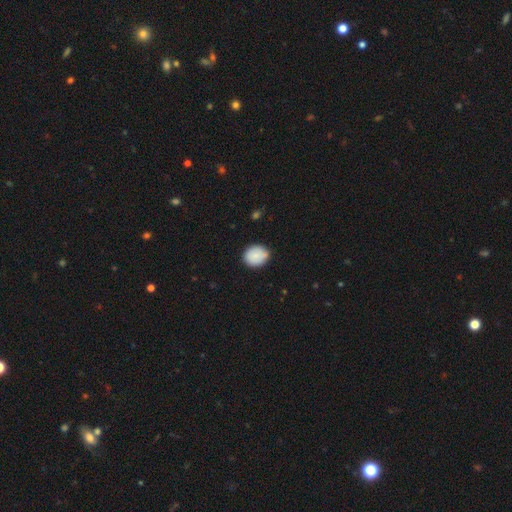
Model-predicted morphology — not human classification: This is clearly a smooth galaxy (86%). How rounded: likely round (64%). Merging: clearly none (82%).